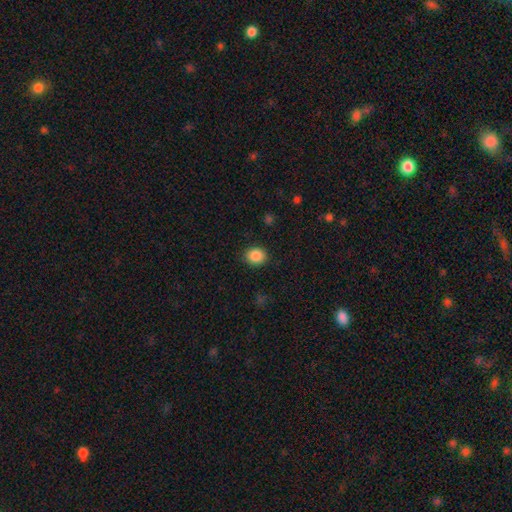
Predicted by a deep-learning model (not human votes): Morphology: type=smooth (88%); roundness=round (69%); merging=none (89%).